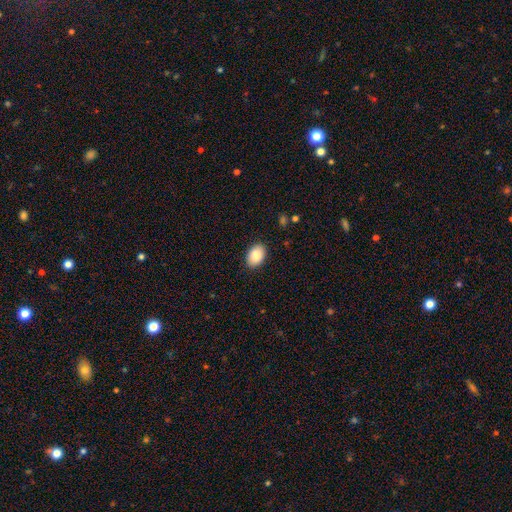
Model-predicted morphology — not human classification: The model was most divided on "how rounded": in between: 86%, round: 13%, cigar-shaped: 1%. More confident: merging — none (89%); smooth or featured — smooth (87%).